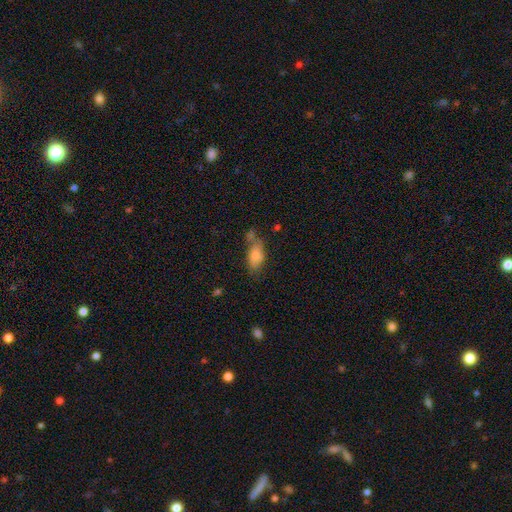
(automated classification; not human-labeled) Q: Smooth or featured?
A: smooth (77%); runner-up: featured or disk (15%)
Q: How rounded?
A: in between (86%); runner-up: cigar-shaped (10%)
Q: Merging?
A: none (45%); runner-up: minor disturbance (25%)